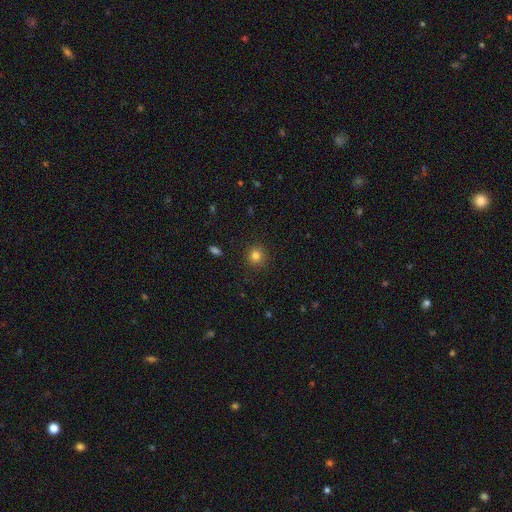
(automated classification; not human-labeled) This is clearly a smooth galaxy (83%). How rounded: clearly round (93%). Merging: clearly none (91%).